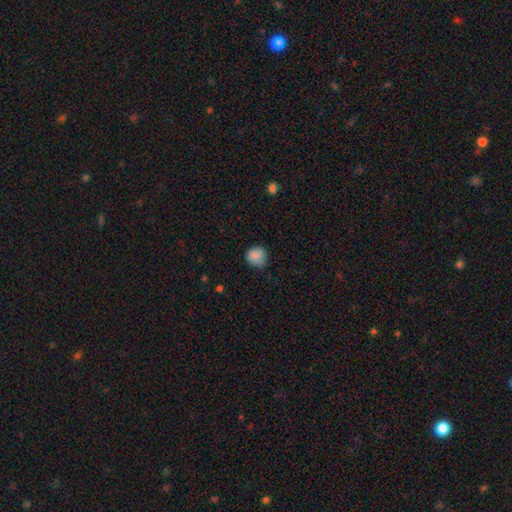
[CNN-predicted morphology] smooth-or-featured: smooth: 86% | star or artifact: 9% | featured or disk: 5%
  how-rounded: round: 81% | in between: 18% | cigar-shaped: 1%
  merging: none: 66% | minor disturbance: 28% | major disturbance: 5% | merger: 1%